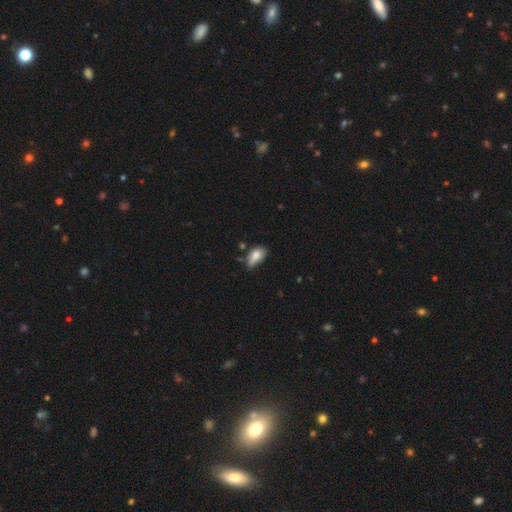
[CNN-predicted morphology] This is clearly a smooth galaxy (81%). How rounded: clearly in between (90%). Merging: marginally minor disturbance (42%).